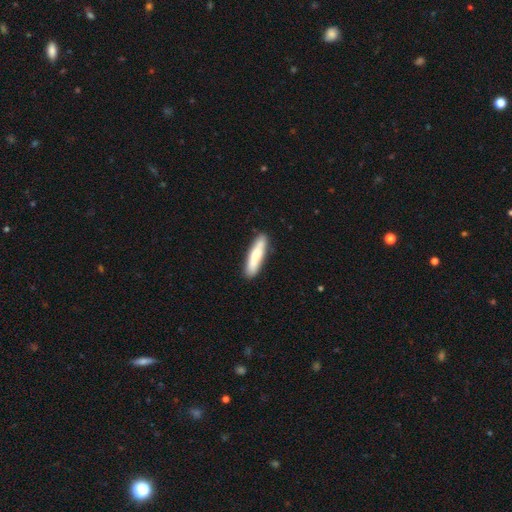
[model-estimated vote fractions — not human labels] Smooth or featured? Predicted: smooth (p=0.69). How rounded? Predicted: cigar-shaped (p=0.80). Merging? Predicted: none (p=0.87).